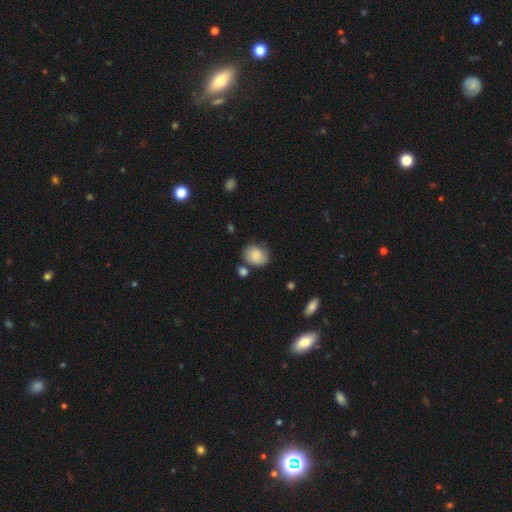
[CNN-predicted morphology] smooth_or_featured: smooth (p=0.77) [alt: featured or disk p=0.15]
how_rounded: round (p=0.54) [alt: in between p=0.44]
merging: none (p=0.62) [alt: minor disturbance p=0.22]